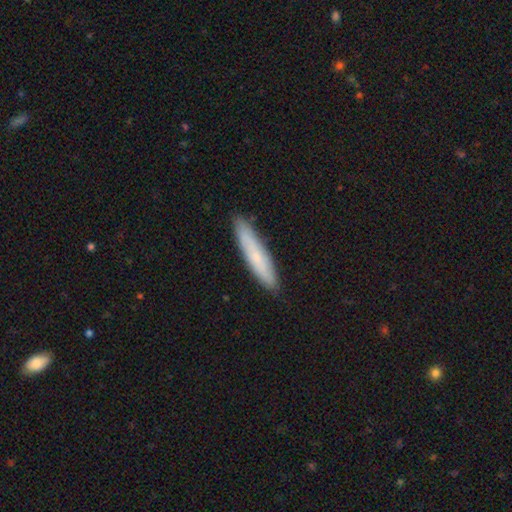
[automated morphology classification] A smooth galaxy with no disk features (70%) that is cigar-shaped (89%). Merging: none (89%).